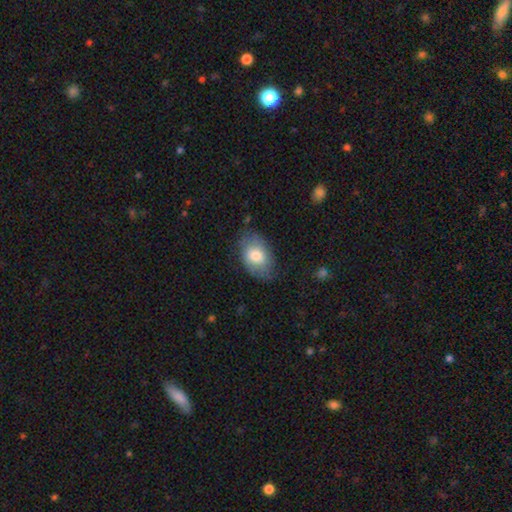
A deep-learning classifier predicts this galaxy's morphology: Overall: smooth (72%). How rounded: in between (88%). Merging: none (68%).